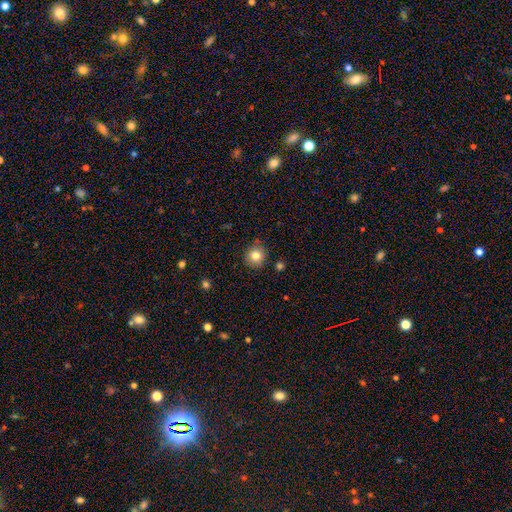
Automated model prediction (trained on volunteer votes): Smooth or featured?
  - smooth: 82% *
  - star or artifact: 11%
  - featured or disk: 7%
How rounded?
  - round: 90% *
  - in between: 9%
  - cigar-shaped: 1%
Merging?
  - none: 86% *
  - minor disturbance: 9%
  - merger: 2%
  - major disturbance: 2%